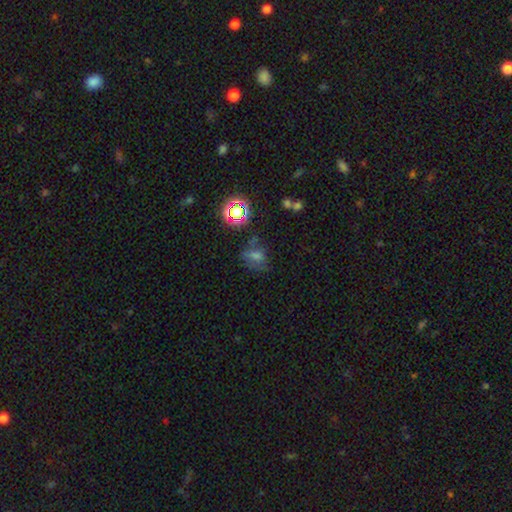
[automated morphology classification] The model was most divided on "smooth or featured": smooth: 49%, star or artifact: 34%, featured or disk: 17%. More confident: merging — none (56%).